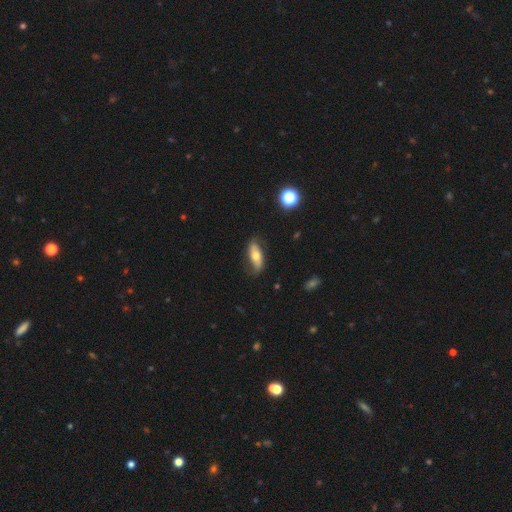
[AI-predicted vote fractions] Smooth or featured?
  - smooth: 52% *
  - featured or disk: 40%
  - star or artifact: 7%
How rounded?
  - in between: 69% *
  - cigar-shaped: 27%
  - round: 4%
Merging?
  - none: 72% *
  - minor disturbance: 21%
  - major disturbance: 5%
  - merger: 1%